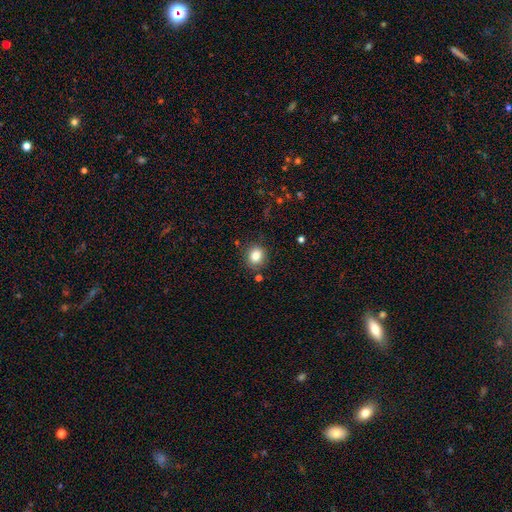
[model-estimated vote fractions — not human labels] Smooth or featured? Predicted: smooth (p=0.83). How rounded? Predicted: round (p=0.76). Merging? Predicted: none (p=0.85).